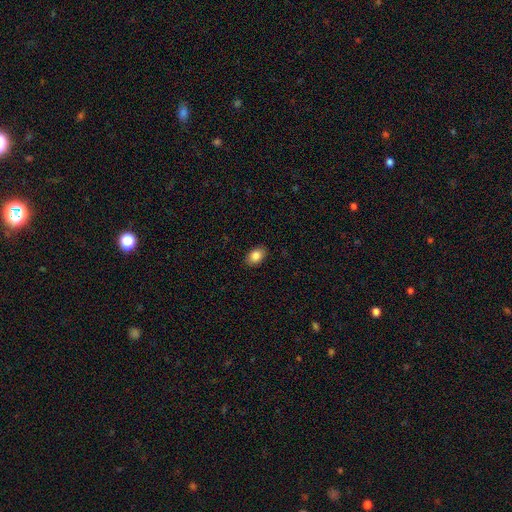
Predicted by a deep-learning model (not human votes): The model was most divided on "how rounded": in between: 84%, round: 15%, cigar-shaped: 1%. More confident: merging — none (89%); smooth or featured — smooth (86%).